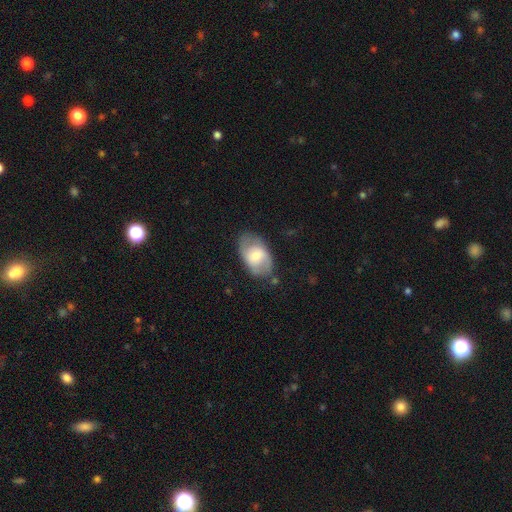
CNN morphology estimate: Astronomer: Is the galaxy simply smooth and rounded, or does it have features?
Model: smooth — 49% (runner-up: featured or disk, 45%).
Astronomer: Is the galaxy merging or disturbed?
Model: none — 67%.